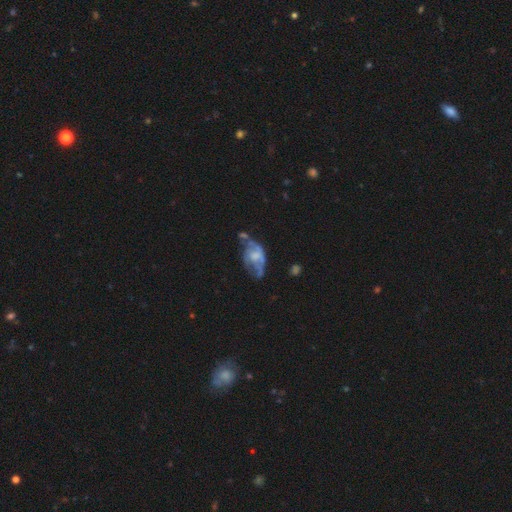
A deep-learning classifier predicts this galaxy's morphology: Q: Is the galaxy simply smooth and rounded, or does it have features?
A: featured or disk — 61%.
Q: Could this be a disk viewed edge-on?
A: no — 95%.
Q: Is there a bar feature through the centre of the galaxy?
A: no — 69%.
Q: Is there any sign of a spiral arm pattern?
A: no — 55%.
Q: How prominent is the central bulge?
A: moderate — 36%.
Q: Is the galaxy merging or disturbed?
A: major disturbance — 30%.